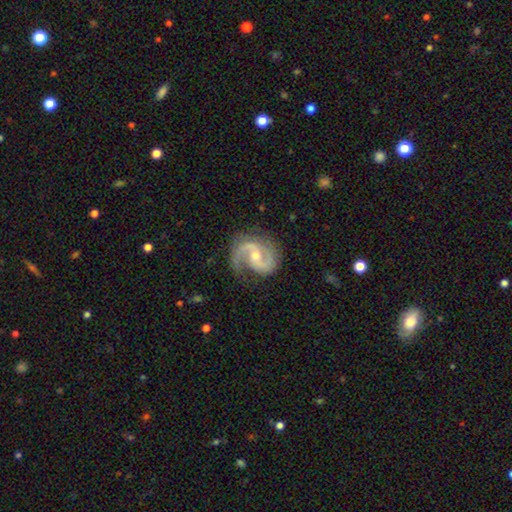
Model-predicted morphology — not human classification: Smooth or featured? Predicted: featured or disk (p=0.92). Edge-on disk? Predicted: no (p=0.98). Bar? Predicted: no (p=0.45). Spiral arms? Predicted: yes (p=0.98). Spiral winding? Predicted: medium (p=0.60). Spiral arm count? Predicted: 2 (p=0.91). Bulge size? Predicted: moderate (p=0.56). Merging? Predicted: none (p=0.76).